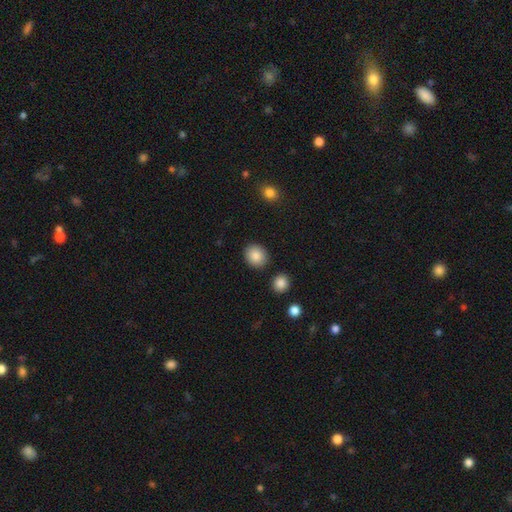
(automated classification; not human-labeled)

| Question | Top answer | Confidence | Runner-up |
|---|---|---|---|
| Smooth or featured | smooth | 87% | star or artifact (8%) |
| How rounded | round | 73% | in between (26%) |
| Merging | none | 88% | minor disturbance (7%) |